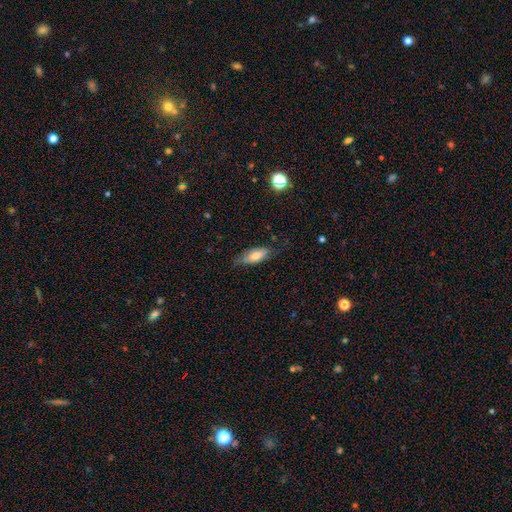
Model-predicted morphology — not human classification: The model was most divided on "smooth or featured": smooth: 64%, featured or disk: 29%, star or artifact: 7%. More confident: how rounded — in between (73%); merging — none (68%).